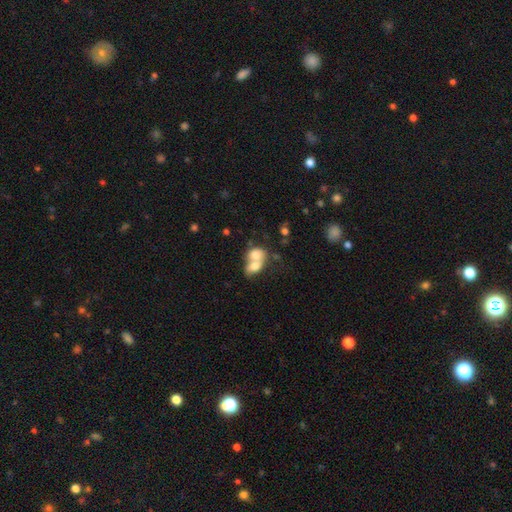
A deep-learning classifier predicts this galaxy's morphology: A smooth galaxy with no disk features (71%) that is in between round and cigar-shaped (60%). Merging: merger (79%).